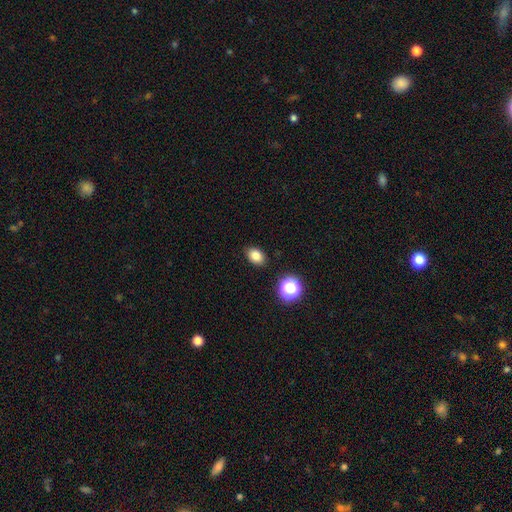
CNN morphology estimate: Q: Smooth or featured?
A: smooth (82%); runner-up: star or artifact (12%)
Q: How rounded?
A: in between (75%); runner-up: round (24%)
Q: Merging?
A: none (87%); runner-up: minor disturbance (8%)